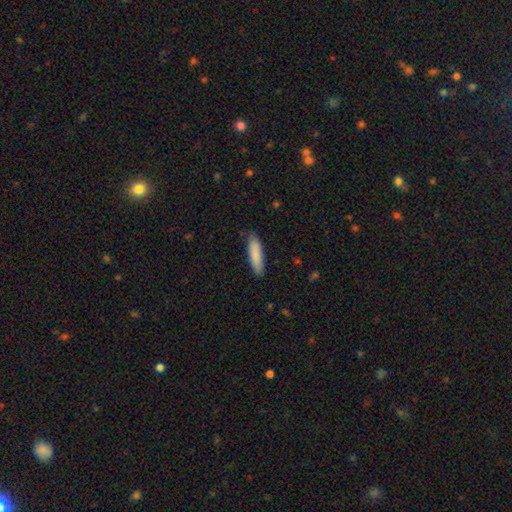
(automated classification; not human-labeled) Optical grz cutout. It shows a smooth galaxy with no disk features (87%) that is cigar-shaped (64%). Merging: none (83%).